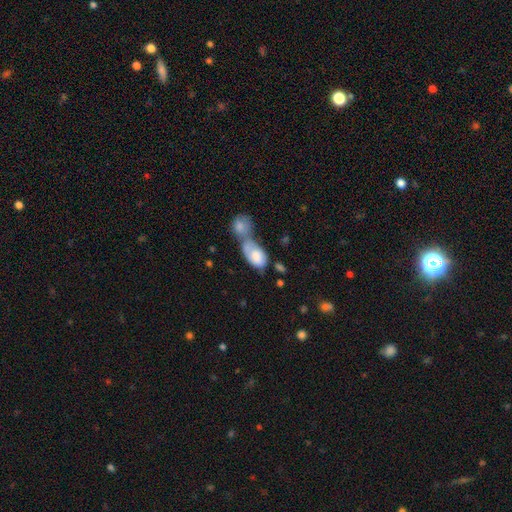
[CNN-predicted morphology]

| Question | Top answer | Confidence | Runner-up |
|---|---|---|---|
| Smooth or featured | smooth | 75% | featured or disk (19%) |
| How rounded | in between | 91% | round (7%) |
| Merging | merger | 71% | none (12%) |